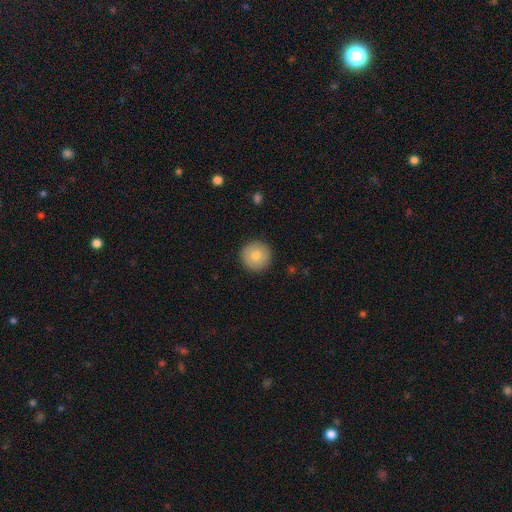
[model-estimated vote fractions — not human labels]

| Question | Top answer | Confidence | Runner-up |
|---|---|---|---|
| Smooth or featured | smooth | 77% | featured or disk (16%) |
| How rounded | round | 96% | in between (3%) |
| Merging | none | 91% | minor disturbance (6%) |